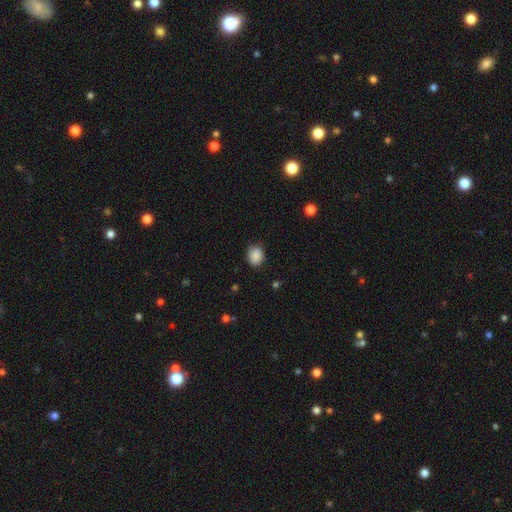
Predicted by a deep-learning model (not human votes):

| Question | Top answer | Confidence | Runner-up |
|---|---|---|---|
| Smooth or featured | smooth | 88% | star or artifact (9%) |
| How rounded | round | 65% | in between (34%) |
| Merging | none | 85% | minor disturbance (11%) |